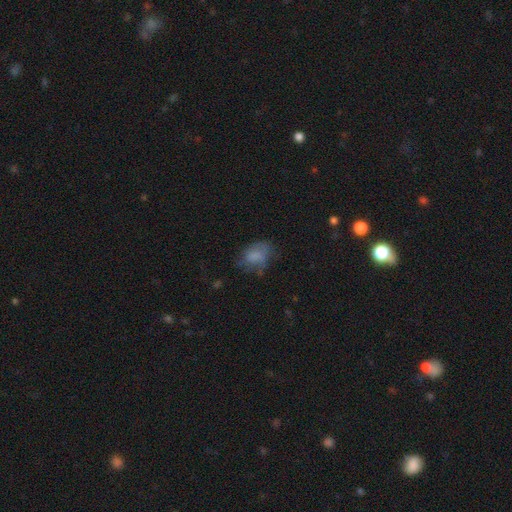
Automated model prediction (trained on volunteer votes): Smooth or featured? Predicted: smooth (p=0.69). How rounded? Predicted: in between (p=0.77). Merging? Predicted: none (p=0.49).